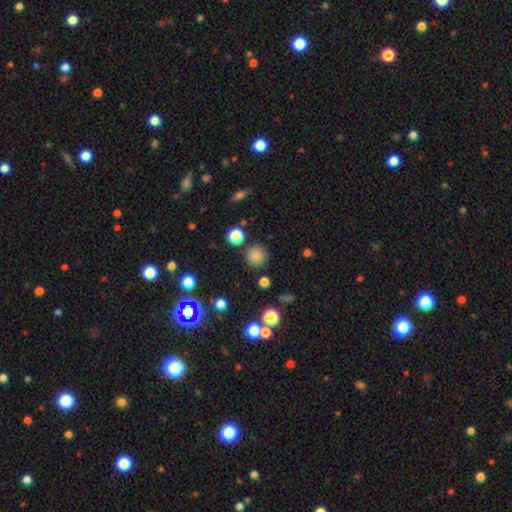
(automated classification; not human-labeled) The model was most divided on "smooth or featured": smooth: 81%, star or artifact: 14%, featured or disk: 5%. More confident: how rounded — round (93%); merging — none (84%).